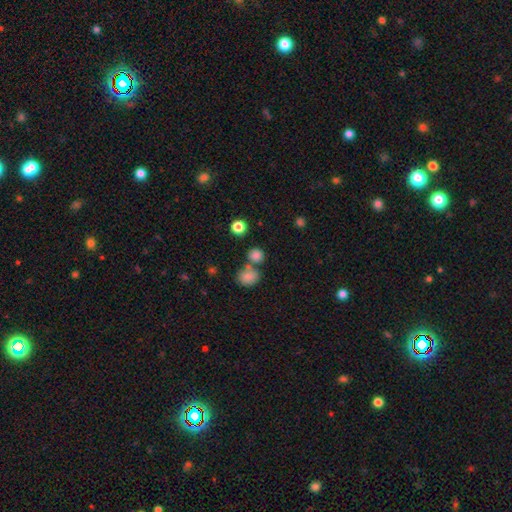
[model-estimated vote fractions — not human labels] A smooth galaxy with no disk features (82%) that is round (78%).

Vote fractions:
- Smooth or featured? smooth: 82% / star or artifact: 13% / featured or disk: 6%
- How rounded? round: 78% / in between: 21% / cigar-shaped: 1%
- Merging? none: 56% / merger: 31% / minor disturbance: 9% / major disturbance: 4%